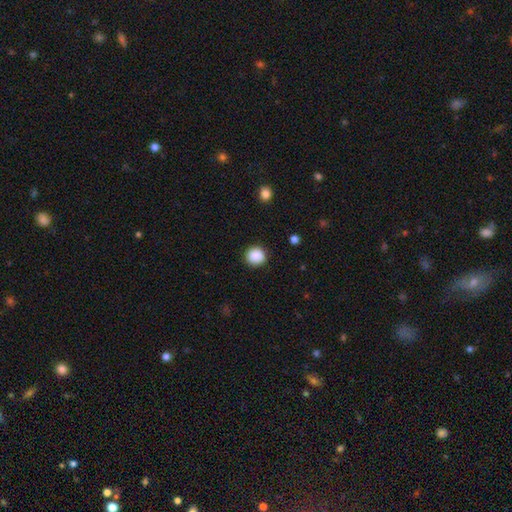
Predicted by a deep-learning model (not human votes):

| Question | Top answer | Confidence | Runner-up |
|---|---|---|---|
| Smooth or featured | smooth | 89% | star or artifact (9%) |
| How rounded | round | 93% | in between (6%) |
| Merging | none | 90% | minor disturbance (6%) |